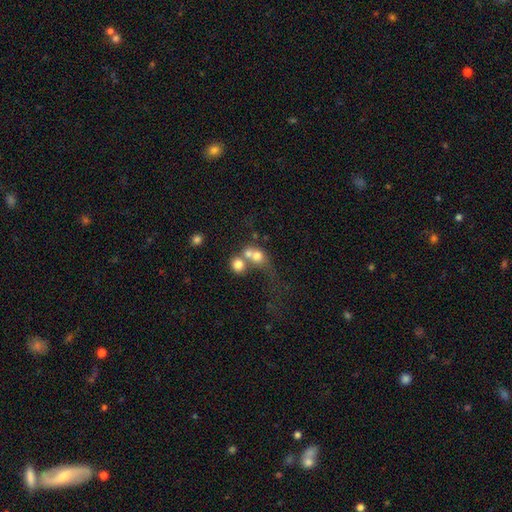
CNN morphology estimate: smooth_or_featured: smooth (p=0.67) [alt: featured or disk p=0.21]
how_rounded: round (p=0.73) [alt: in between p=0.25]
merging: merger (p=0.62) [alt: none p=0.23]